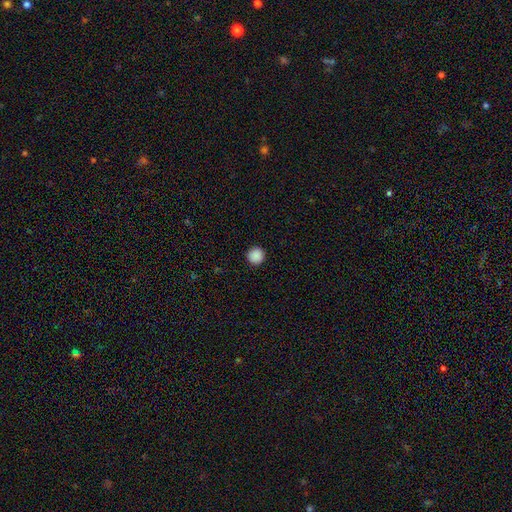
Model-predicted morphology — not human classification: Smooth or featured: smooth — 89% (star or artifact — 9%)
How rounded: round — 96% (in between — 3%)
Merging: none — 93% (minor disturbance — 4%)